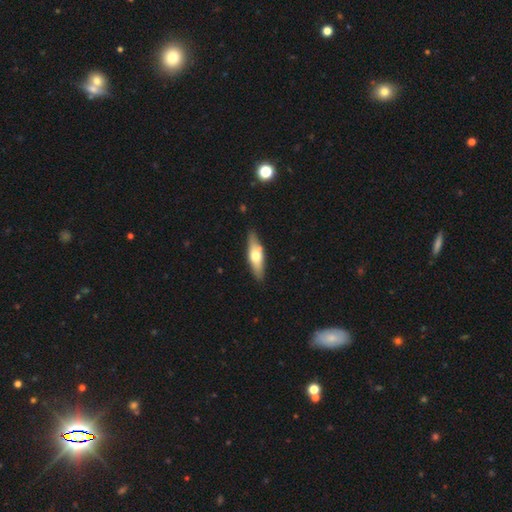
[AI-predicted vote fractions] Q: Smooth or featured?
A: smooth (50%); runner-up: featured or disk (45%)
Q: Merging?
A: none (83%); runner-up: minor disturbance (12%)